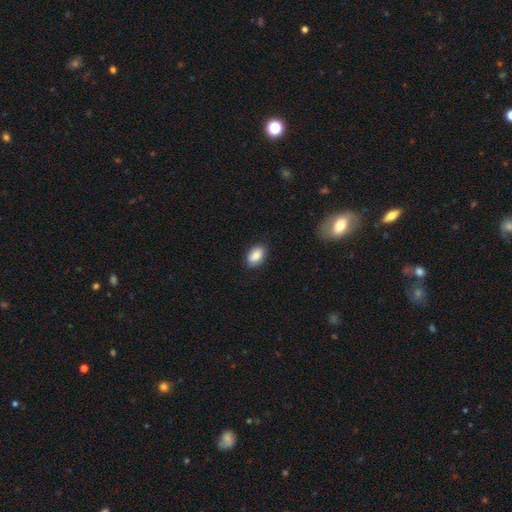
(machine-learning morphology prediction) Smooth or featured? Predicted: smooth (p=0.86). How rounded? Predicted: in between (p=0.90). Merging? Predicted: none (p=0.84).